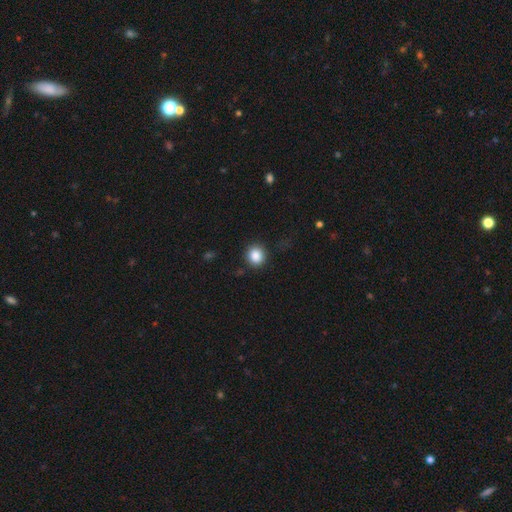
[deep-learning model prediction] Smooth or featured? Predicted: smooth (p=0.87). How rounded? Predicted: round (p=0.86). Merging? Predicted: none (p=0.86).